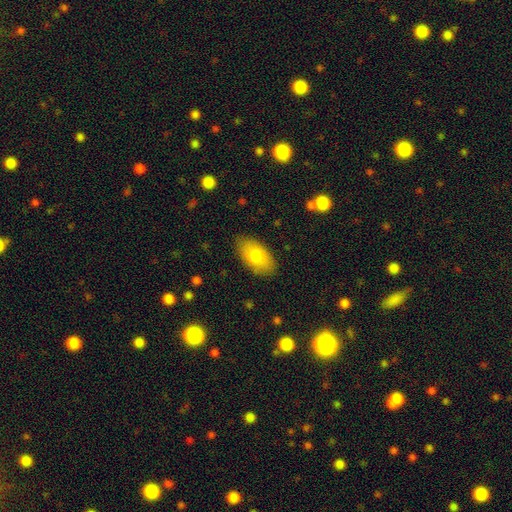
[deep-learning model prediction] A smooth galaxy with no disk features (77%) that is in between round and cigar-shaped (94%). Merging: none (84%).